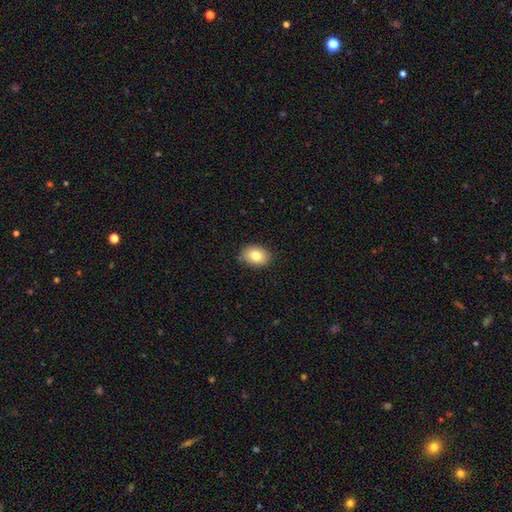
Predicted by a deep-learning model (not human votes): smooth-or-featured: smooth: 80% | featured or disk: 12% | star or artifact: 9%
  how-rounded: in between: 73% | round: 26% | cigar-shaped: 1%
  merging: none: 85% | minor disturbance: 12% | major disturbance: 2% | merger: 1%